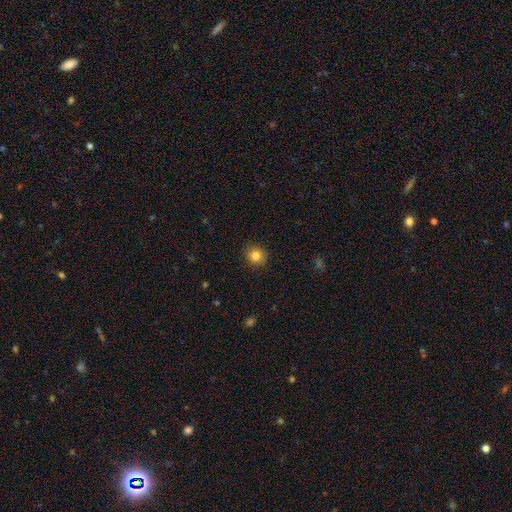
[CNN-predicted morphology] Q: Smooth or featured?
A: smooth (83%); runner-up: star or artifact (11%)
Q: How rounded?
A: round (89%); runner-up: in between (10%)
Q: Merging?
A: none (91%); runner-up: minor disturbance (7%)